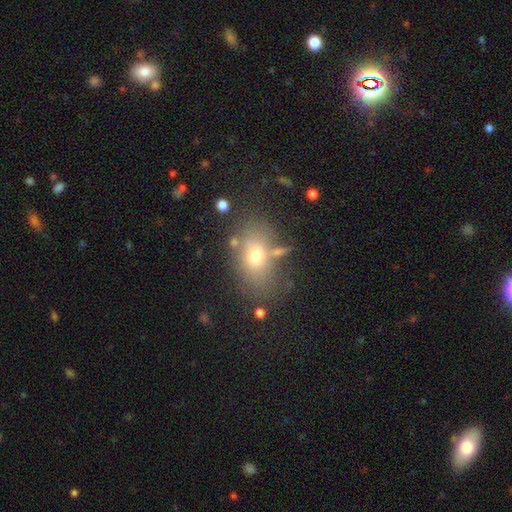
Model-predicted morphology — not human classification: The model was most divided on "smooth or featured": smooth: 67%, featured or disk: 19%, star or artifact: 14%. More confident: how rounded — in between (78%); merging — none (68%).